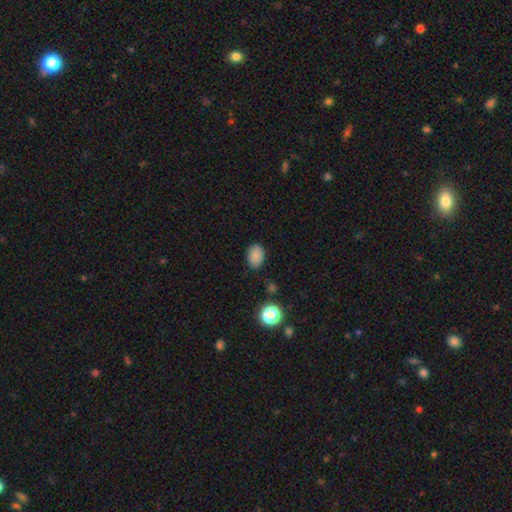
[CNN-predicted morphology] This is clearly a smooth galaxy (84%). How rounded: likely in between (74%). Merging: clearly none (81%).